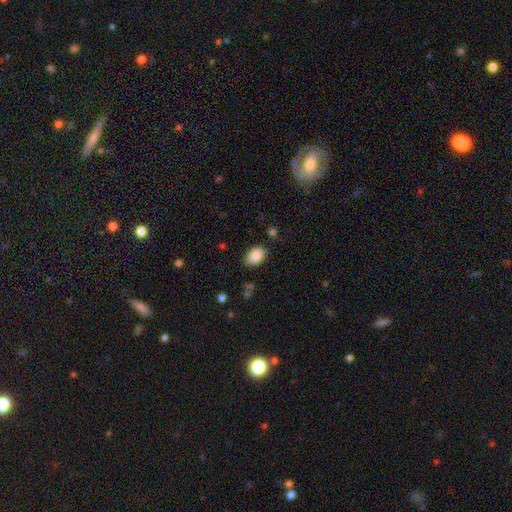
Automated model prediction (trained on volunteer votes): This appears to be a smooth galaxy with no disk features (87%) that is in between round and cigar-shaped (84%). Merging: none (82%).